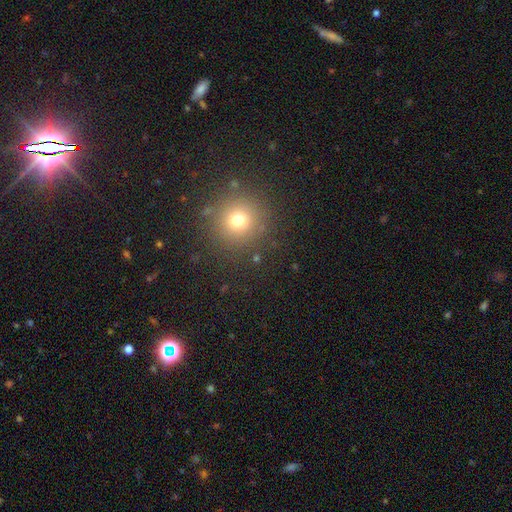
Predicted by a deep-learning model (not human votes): This appears to be a smooth galaxy with no disk features (63%) that is round (95%). Merging: none (90%).